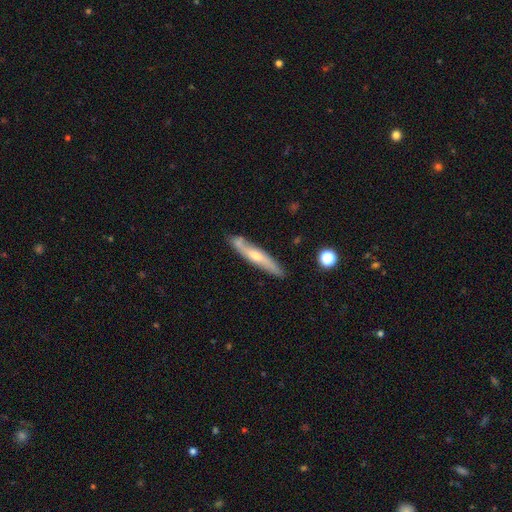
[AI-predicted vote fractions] Smooth or featured? Predicted: featured or disk (p=0.56). Edge-on disk? Predicted: yes (p=0.73). Merging? Predicted: none (p=0.79).